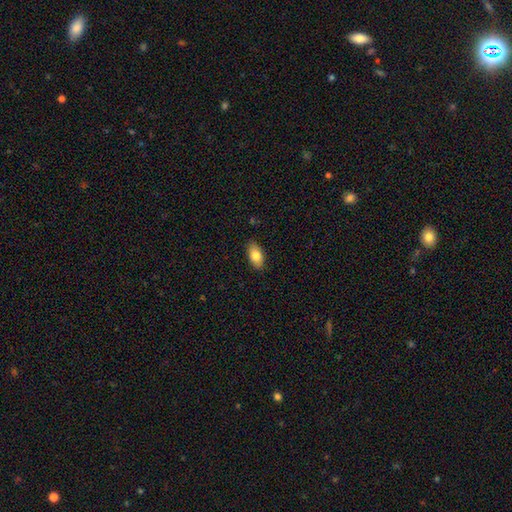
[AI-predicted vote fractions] A smooth galaxy with no disk features (81%) that is in between round and cigar-shaped (92%).

Vote fractions:
- Smooth or featured? smooth: 81% / featured or disk: 12% / star or artifact: 7%
- How rounded? in between: 92% / cigar-shaped: 5% / round: 4%
- Merging? none: 88% / minor disturbance: 9% / major disturbance: 2% / merger: 1%